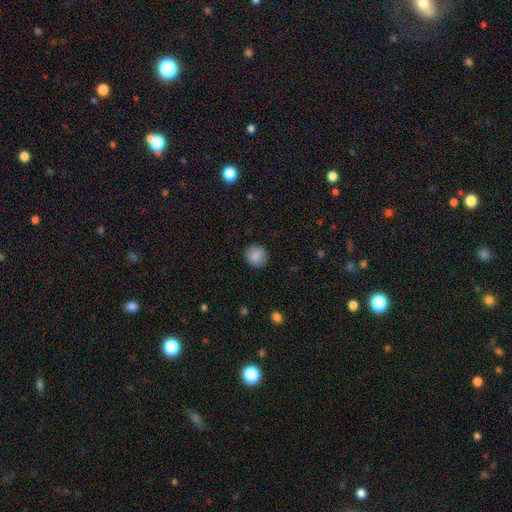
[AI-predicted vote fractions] This appears to be a smooth galaxy with no disk features (87%) that is round (88%). Merging: none (87%).